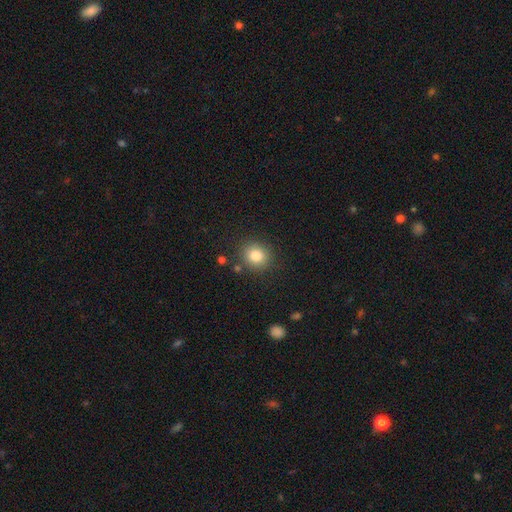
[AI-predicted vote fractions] A smooth galaxy with no disk features (81%) that is round (80%). Merging: none (85%).